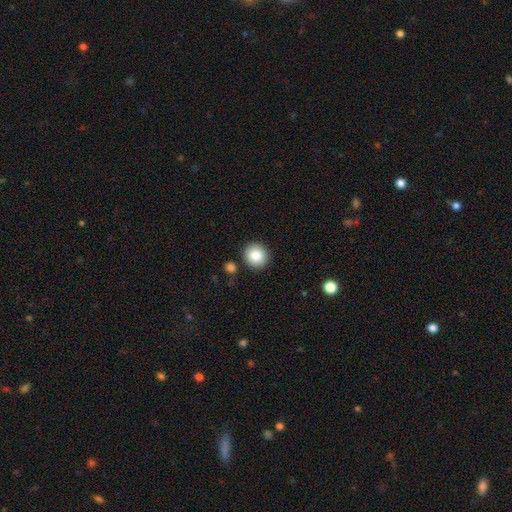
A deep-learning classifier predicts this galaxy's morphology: Smooth or featured?
  - smooth: 85% *
  - star or artifact: 8%
  - featured or disk: 7%
How rounded?
  - round: 89% *
  - in between: 10%
  - cigar-shaped: 1%
Merging?
  - none: 89% *
  - minor disturbance: 6%
  - merger: 3%
  - major disturbance: 2%